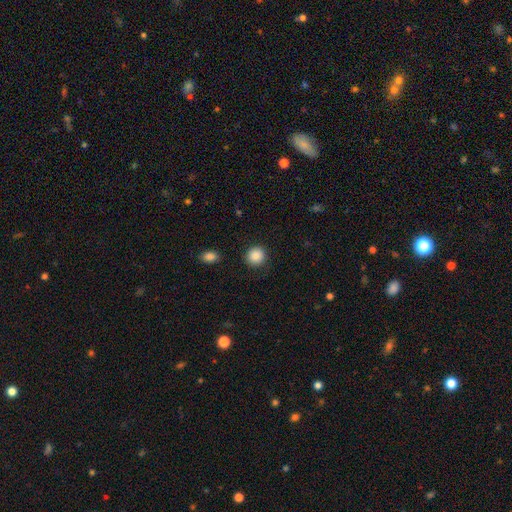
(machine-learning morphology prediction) type=smooth (88%); roundness=round (92%); merging=none (89%).